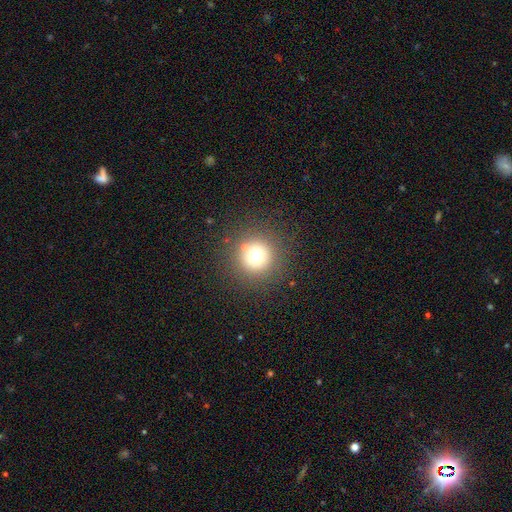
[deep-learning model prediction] Smooth or featured: smooth — 71% (star or artifact — 18%)
How rounded: round — 96% (in between — 4%)
Merging: none — 85% (minor disturbance — 7%)